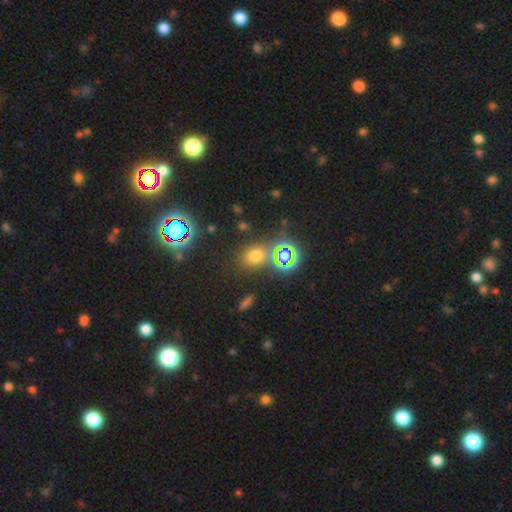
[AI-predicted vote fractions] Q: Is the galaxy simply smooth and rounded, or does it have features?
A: smooth — 58%.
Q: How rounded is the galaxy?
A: round — 58%.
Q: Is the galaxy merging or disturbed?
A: none — 75%.